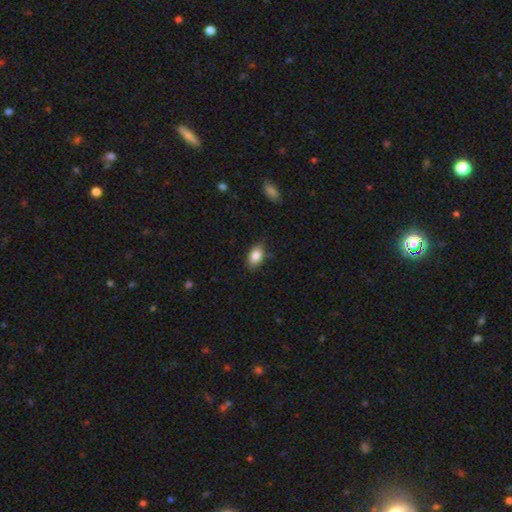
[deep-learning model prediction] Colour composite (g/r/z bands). It shows a smooth galaxy with no disk features (85%) that is in between round and cigar-shaped (89%). Merging: none (82%).